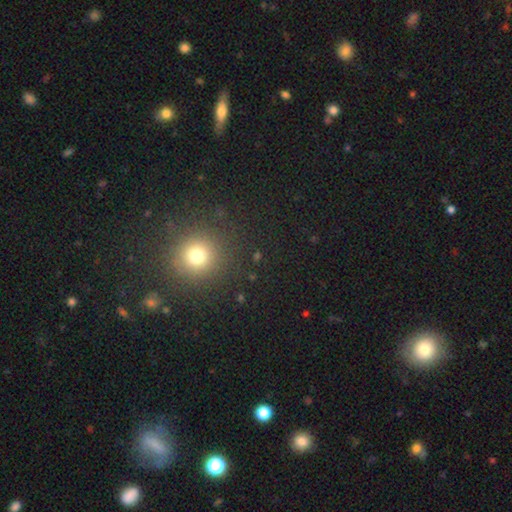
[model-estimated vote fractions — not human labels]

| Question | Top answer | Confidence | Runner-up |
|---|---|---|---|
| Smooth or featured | smooth | 62% | star or artifact (31%) |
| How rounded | round | 92% | in between (6%) |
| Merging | none | 91% | minor disturbance (5%) |